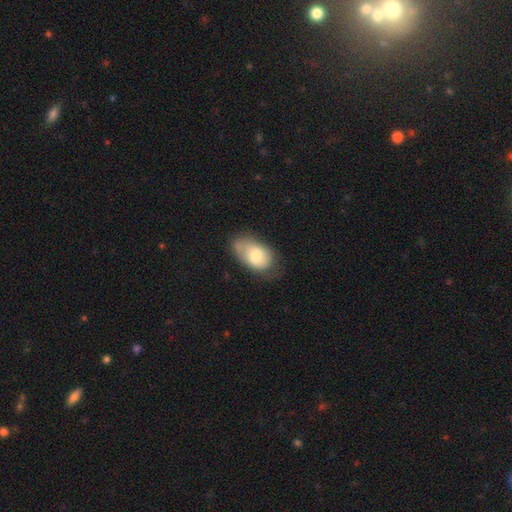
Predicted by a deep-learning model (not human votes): smooth_or_featured: smooth (p=0.74) [alt: featured or disk p=0.19]
how_rounded: in between (p=0.90) [alt: round p=0.08]
merging: none (p=0.48) [alt: minor disturbance p=0.36]